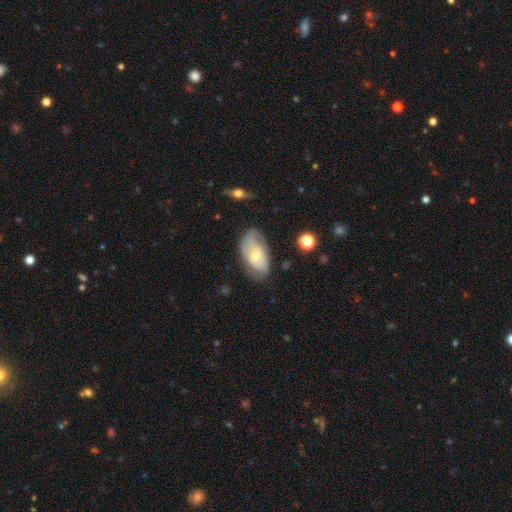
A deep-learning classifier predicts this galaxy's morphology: Q: Smooth or featured?
A: featured or disk (47%); tied with: smooth (47%)
Q: Merging?
A: none (61%); runner-up: minor disturbance (27%)